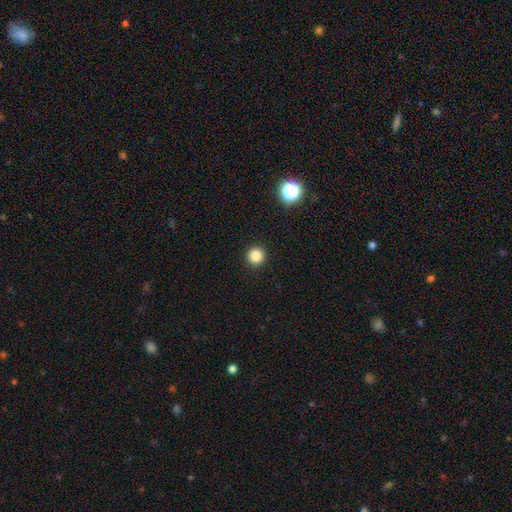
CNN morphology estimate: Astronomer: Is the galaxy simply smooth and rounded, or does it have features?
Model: smooth — 84%.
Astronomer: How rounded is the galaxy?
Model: round — 95%.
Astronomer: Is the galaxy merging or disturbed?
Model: none — 93%.